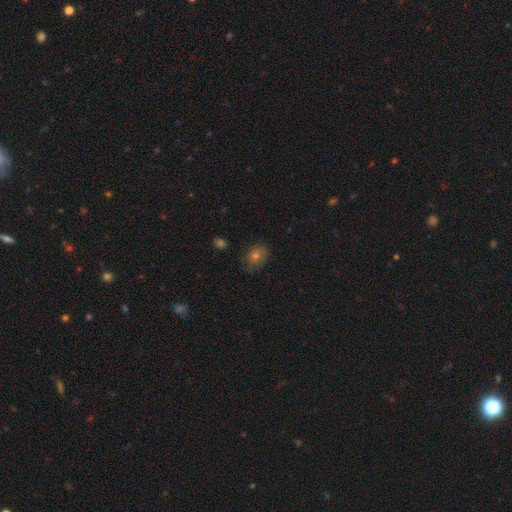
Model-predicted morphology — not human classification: Smooth or featured?
  - smooth: 65% *
  - star or artifact: 19%
  - featured or disk: 16%
How rounded?
  - in between: 50% *
  - round: 49%
  - cigar-shaped: 1%
Merging?
  - none: 80% *
  - minor disturbance: 15%
  - major disturbance: 3%
  - merger: 1%